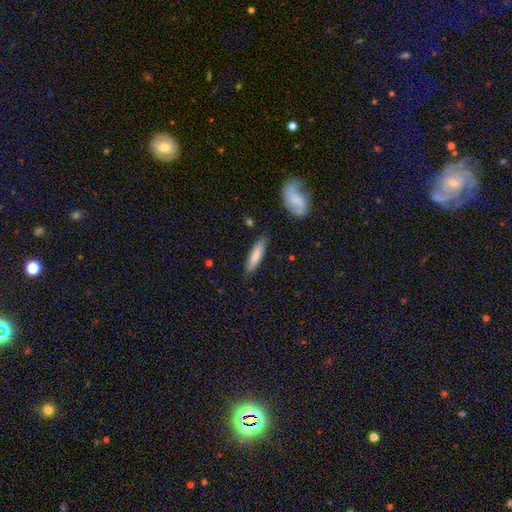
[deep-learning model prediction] smooth 76%, featured or disk 18%, star or artifact 6%. Down the decision tree: how rounded — cigar-shaped (74%); merging — none (85%).